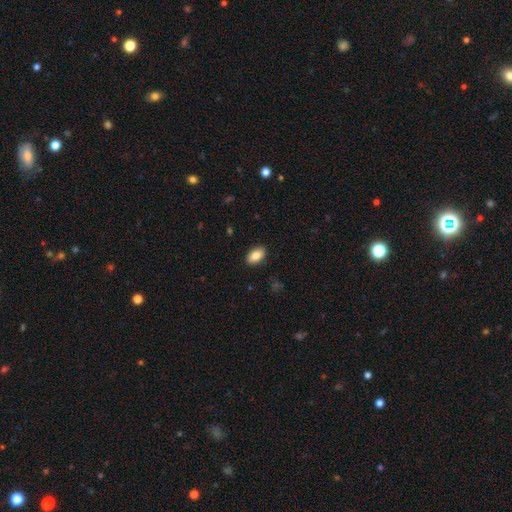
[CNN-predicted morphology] Smooth or featured? Predicted: smooth (p=0.83). How rounded? Predicted: in between (p=0.92). Merging? Predicted: none (p=0.89).